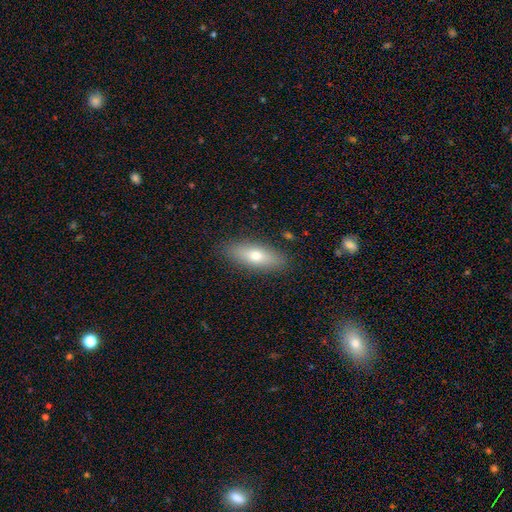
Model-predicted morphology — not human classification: Smooth or featured? smooth (67%)
How rounded? in between (60%)
Merging? none (87%)